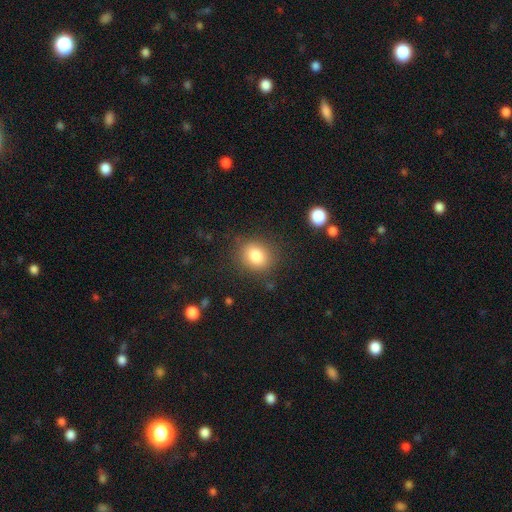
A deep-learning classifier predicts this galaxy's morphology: The model was most divided on "how rounded": round: 61%, in between: 38%, cigar-shaped: 1%. More confident: merging — none (83%); smooth or featured — smooth (82%).